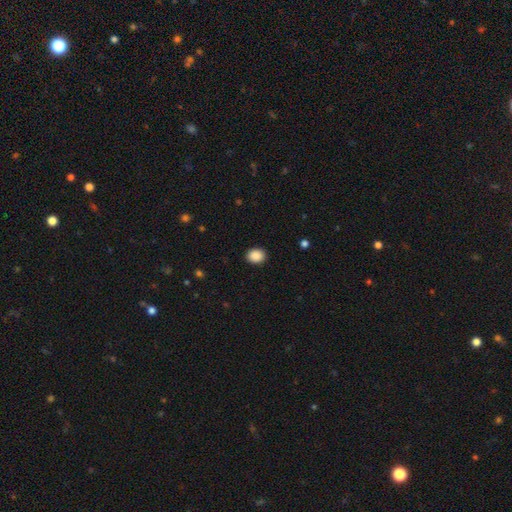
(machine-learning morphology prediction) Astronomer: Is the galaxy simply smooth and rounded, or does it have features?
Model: smooth — 89%.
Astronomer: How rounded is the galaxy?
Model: round — 53% (runner-up: in between, 46%).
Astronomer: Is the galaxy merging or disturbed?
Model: none — 90%.